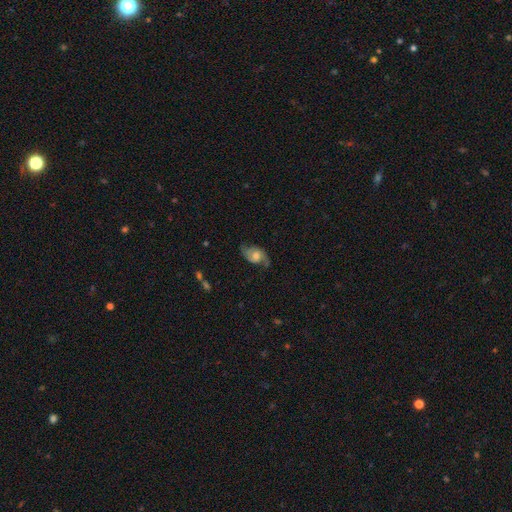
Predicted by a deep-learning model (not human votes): Smooth or featured? featured or disk (72%)
Edge-on disk? no (95%)
Bar? no (59%)
Spiral arms? yes (91%)
Spiral winding? loose (52%)
Spiral arm count? 2 (88%)
Bulge size? moderate (54%)
Merging? none (66%)